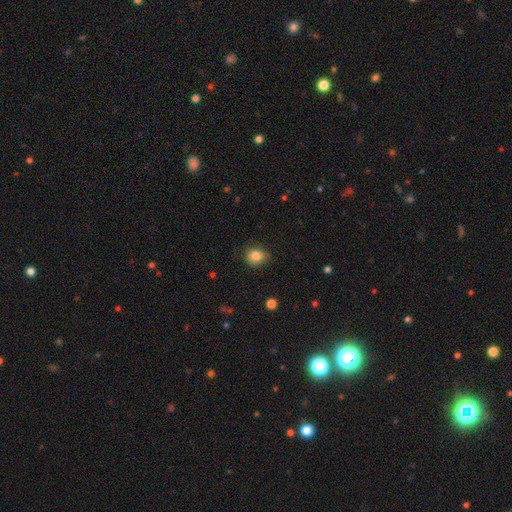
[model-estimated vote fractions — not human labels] Overall: smooth (85%). How rounded: round (80%). Merging: none (79%).